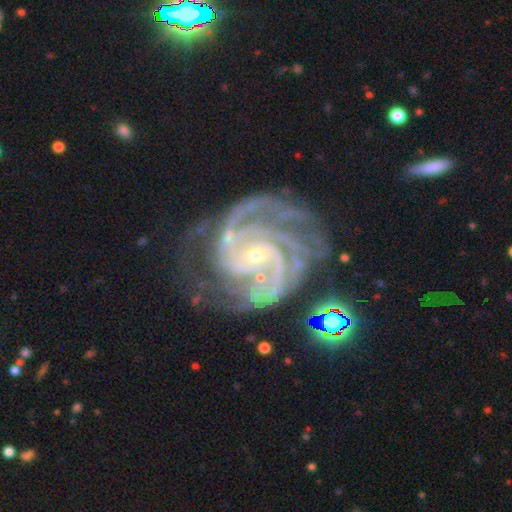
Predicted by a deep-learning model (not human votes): Smooth or featured? featured or disk (92%)
Edge-on disk? no (98%)
Bar? weak (43%)
Spiral arms? yes (99%)
Spiral winding? tight (56%)
Spiral arm count? 2 (40%)
Bulge size? small (78%)
Merging? none (58%)